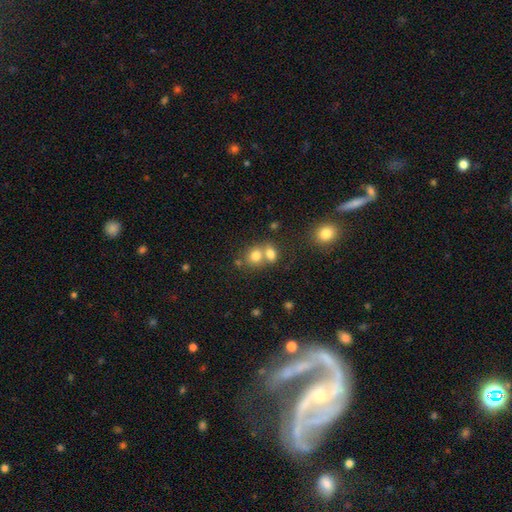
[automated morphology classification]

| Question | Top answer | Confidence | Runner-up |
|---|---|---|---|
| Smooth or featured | smooth | 77% | star or artifact (12%) |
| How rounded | round | 64% | in between (35%) |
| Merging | merger | 55% | none (34%) |